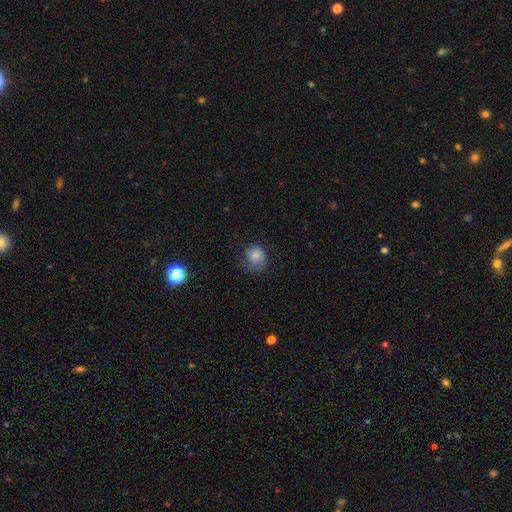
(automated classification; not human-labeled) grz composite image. It shows a smooth galaxy with no disk features (76%) that is round (74%). Merging: none (49%).